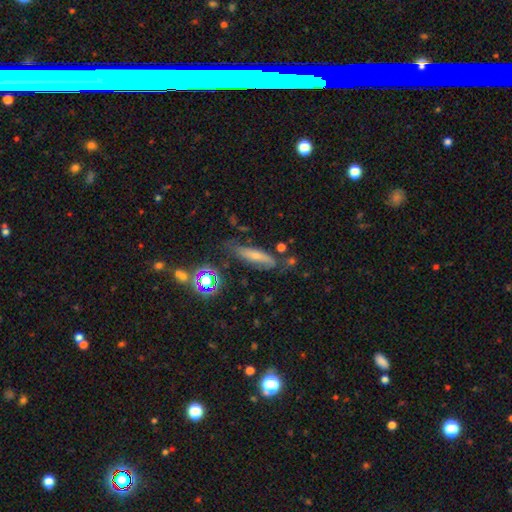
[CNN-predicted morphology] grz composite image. It shows a smooth galaxy with no disk features (50%). Merging: none (59%).